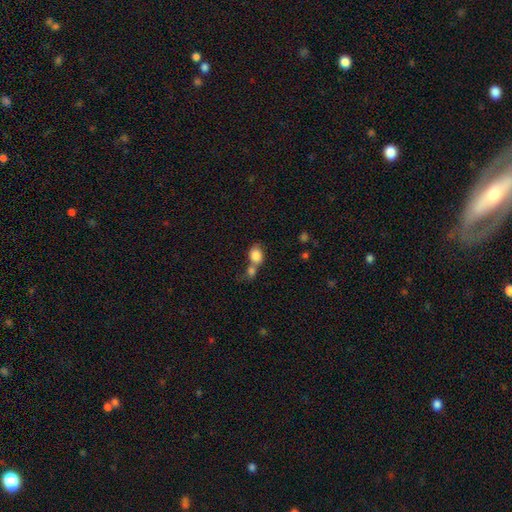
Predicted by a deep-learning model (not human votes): smooth_or_featured: smooth (p=0.84) [alt: star or artifact p=0.08]
how_rounded: in between (p=0.54) [alt: round p=0.44]
merging: merger (p=0.57) [alt: none p=0.28]